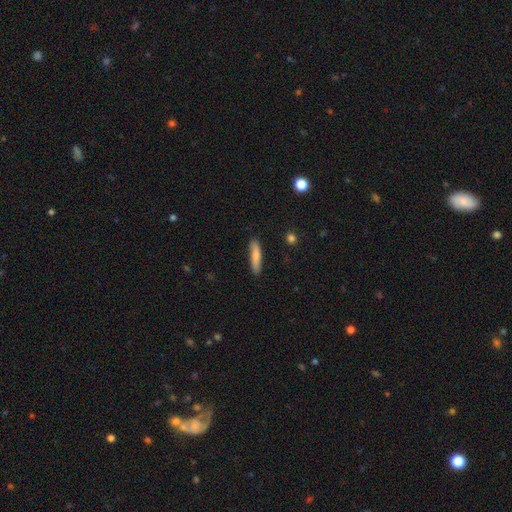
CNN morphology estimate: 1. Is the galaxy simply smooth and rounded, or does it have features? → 80% smooth, 14% featured or disk, 6% star or artifact.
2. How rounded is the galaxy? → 84% cigar-shaped, 14% in between, 2% round.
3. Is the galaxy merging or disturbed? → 84% none, 12% minor disturbance, 2% major disturbance, 2% merger.